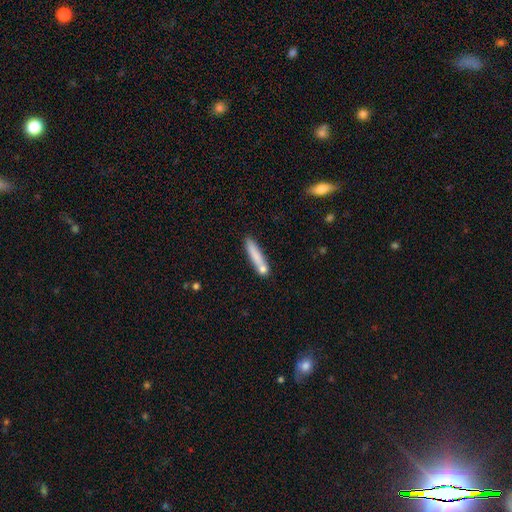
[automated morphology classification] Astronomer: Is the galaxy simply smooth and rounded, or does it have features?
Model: smooth — 76%.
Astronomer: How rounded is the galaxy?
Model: cigar-shaped — 89%.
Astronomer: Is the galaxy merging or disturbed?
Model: none — 64%.